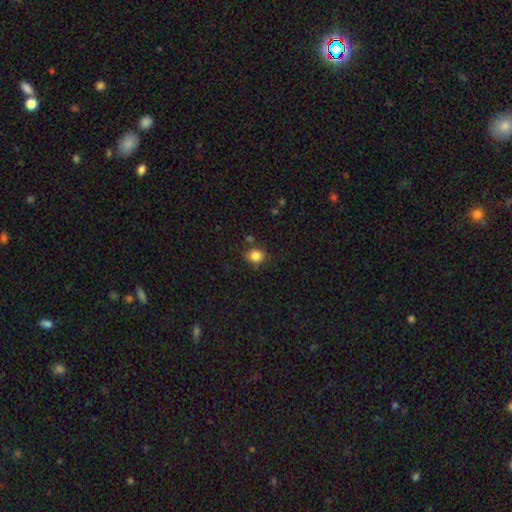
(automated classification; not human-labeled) smooth-or-featured: smooth: 84% | star or artifact: 11% | featured or disk: 5%
  how-rounded: round: 73% | in between: 26% | cigar-shaped: 1%
  merging: none: 80% | minor disturbance: 12% | merger: 5% | major disturbance: 3%